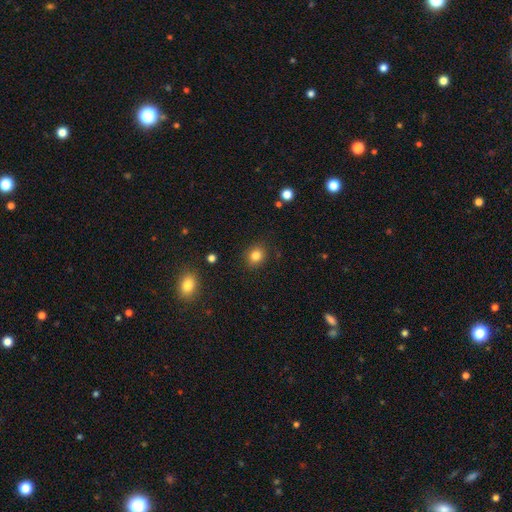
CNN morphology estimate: Q: Smooth or featured?
A: smooth (83%); runner-up: star or artifact (11%)
Q: How rounded?
A: round (70%); runner-up: in between (29%)
Q: Merging?
A: none (86%); runner-up: minor disturbance (10%)